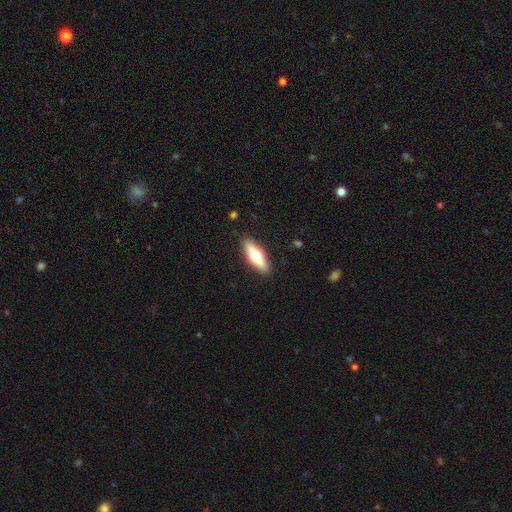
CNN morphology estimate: smooth 52%, featured or disk 42%, star or artifact 6%. Down the decision tree: how rounded — in between (51%); merging — none (89%).